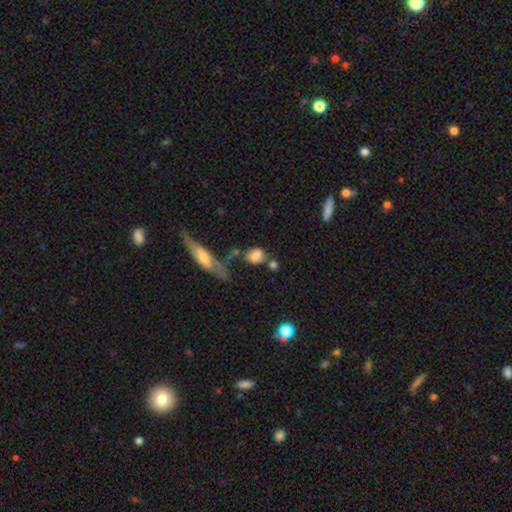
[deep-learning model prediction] smooth_or_featured: smooth (p=0.76) [alt: featured or disk p=0.15]
how_rounded: in between (p=0.64) [alt: round p=0.32]
merging: none (p=0.47) [alt: merger p=0.21]